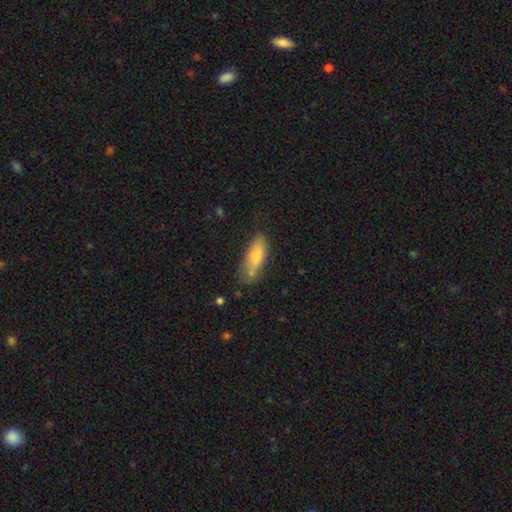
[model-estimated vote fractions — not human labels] Smooth or featured? smooth (74%)
How rounded? in between (65%)
Merging? none (63%)